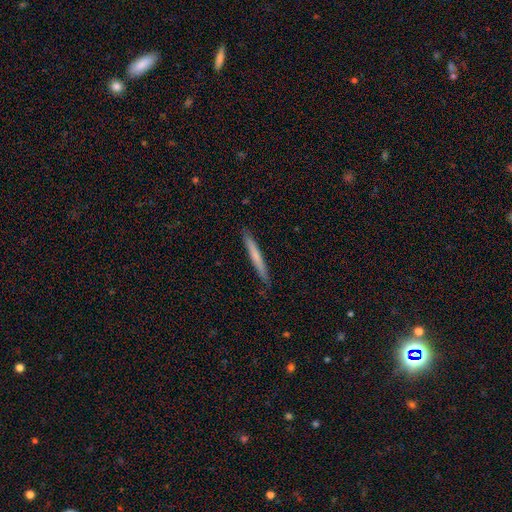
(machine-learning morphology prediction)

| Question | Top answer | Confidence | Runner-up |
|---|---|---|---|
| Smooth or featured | smooth | 65% | featured or disk (30%) |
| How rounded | cigar-shaped | 97% | in between (2%) |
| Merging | none | 88% | minor disturbance (9%) |